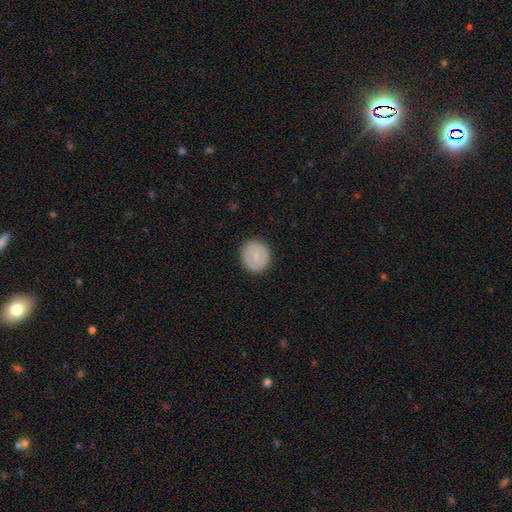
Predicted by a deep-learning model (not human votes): Smooth or featured? smooth (77%)
How rounded? round (93%)
Merging? none (91%)